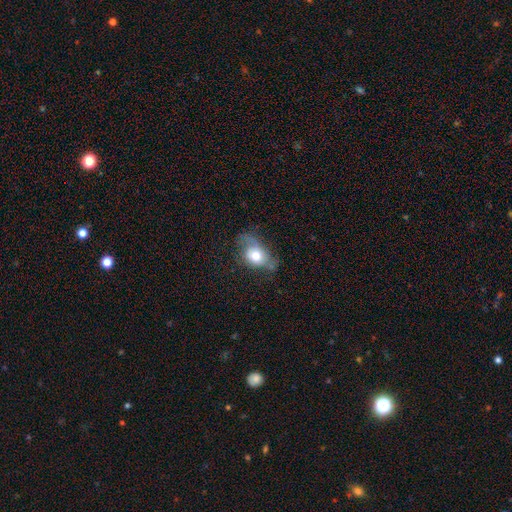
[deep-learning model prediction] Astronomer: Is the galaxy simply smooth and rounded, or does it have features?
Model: smooth — 63%.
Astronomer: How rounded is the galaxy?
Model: in between — 69%.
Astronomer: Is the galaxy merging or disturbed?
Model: none — 34% (runner-up: major disturbance, 31%).